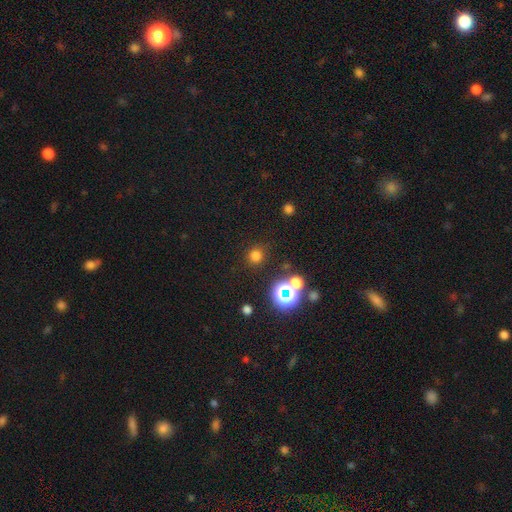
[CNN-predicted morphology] smooth 72%, star or artifact 23%, featured or disk 5%. Down the decision tree: how rounded — round (92%); merging — none (87%).